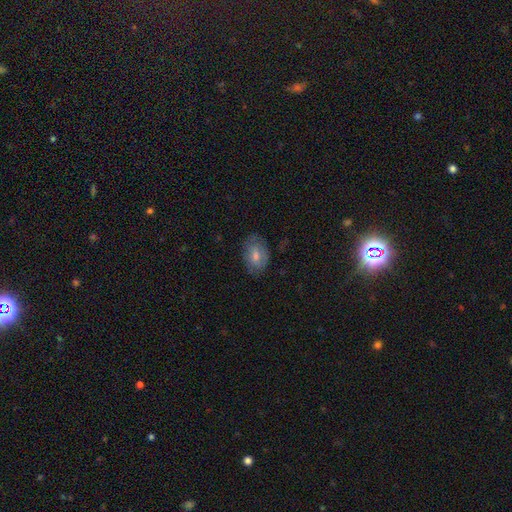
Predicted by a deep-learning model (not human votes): Smooth or featured? Predicted: smooth (p=0.53). How rounded? Predicted: in between (p=0.77). Merging? Predicted: none (p=0.78).